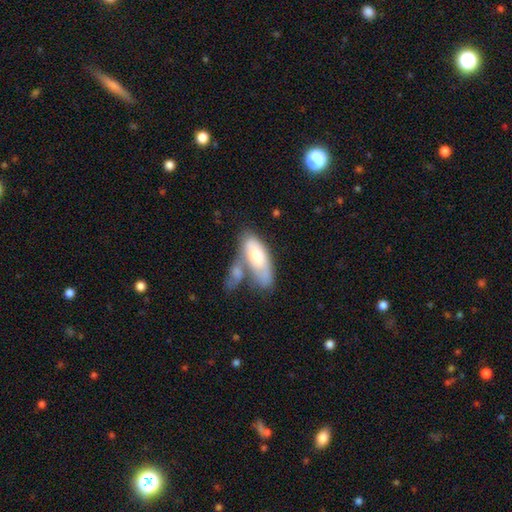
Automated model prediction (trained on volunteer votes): smooth-or-featured: smooth: 62% | featured or disk: 32% | star or artifact: 6%
  how-rounded: in between: 79% | cigar-shaped: 18% | round: 2%
  merging: merger: 41% | none: 34% | minor disturbance: 17% | major disturbance: 8%